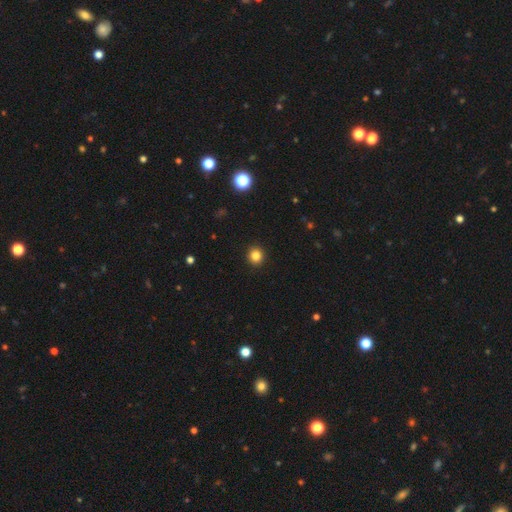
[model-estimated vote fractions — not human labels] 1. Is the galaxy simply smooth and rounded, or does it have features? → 83% smooth, 12% star or artifact, 5% featured or disk.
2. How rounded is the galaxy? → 91% round, 8% in between, 1% cigar-shaped.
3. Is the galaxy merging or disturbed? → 93% none, 4% minor disturbance, 2% major disturbance, 1% merger.